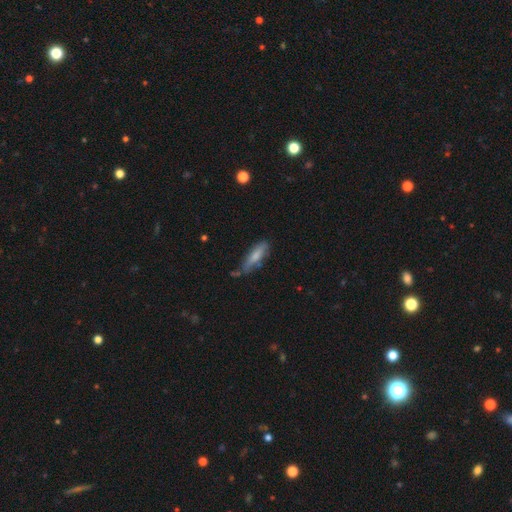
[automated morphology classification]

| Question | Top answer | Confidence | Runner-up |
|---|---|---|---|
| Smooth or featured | smooth | 72% | featured or disk (21%) |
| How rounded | cigar-shaped | 60% | in between (38%) |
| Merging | none | 61% | minor disturbance (26%) |